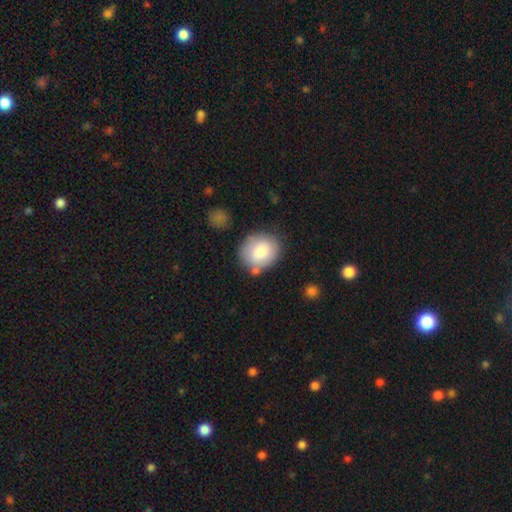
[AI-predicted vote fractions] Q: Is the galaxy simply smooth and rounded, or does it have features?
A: smooth — 83%.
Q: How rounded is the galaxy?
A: round — 65%.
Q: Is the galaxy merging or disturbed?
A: none — 69%.